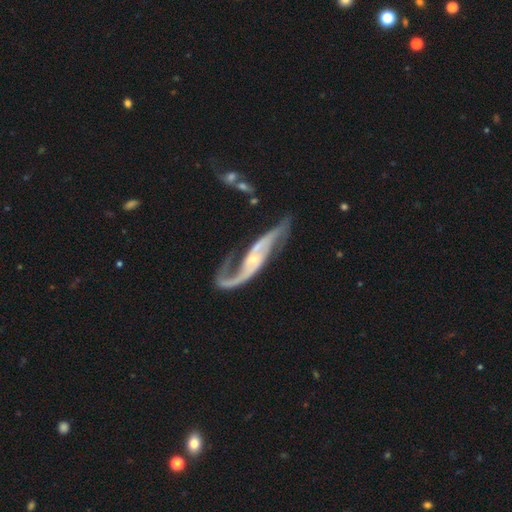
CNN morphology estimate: smooth_or_featured: featured or disk (p=0.88) [alt: smooth p=0.06]
disk_edge_on: no (p=0.85) [alt: yes p=0.15]
bar: no (p=0.45) [alt: weak p=0.33]
has_spiral_arms: yes (p=0.95) [alt: no p=0.05]
spiral_winding: loose (p=0.57) [alt: medium p=0.32]
spiral_arm_count: 2 (p=0.82) [alt: 1 p=0.10]
bulge_size: small (p=0.67) [alt: moderate p=0.22]
merging: none (p=0.47) [alt: major disturbance p=0.25]